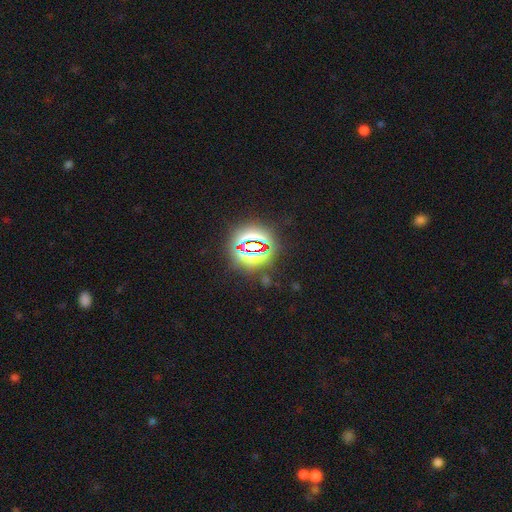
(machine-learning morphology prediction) Smooth or featured? Predicted: star or artifact (p=0.79).